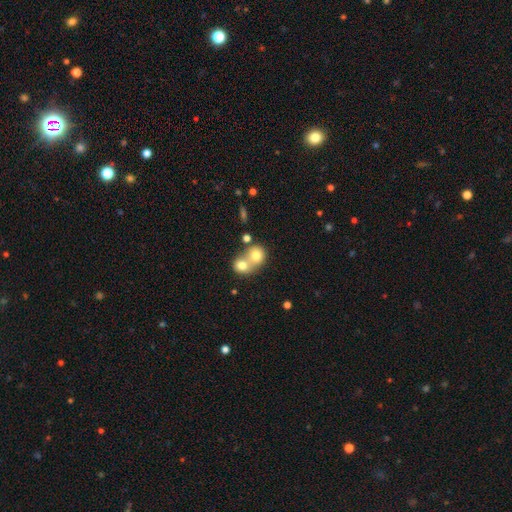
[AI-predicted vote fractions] This appears to be a smooth galaxy with no disk features (73%) that is round (74%). Merging: merger (70%).